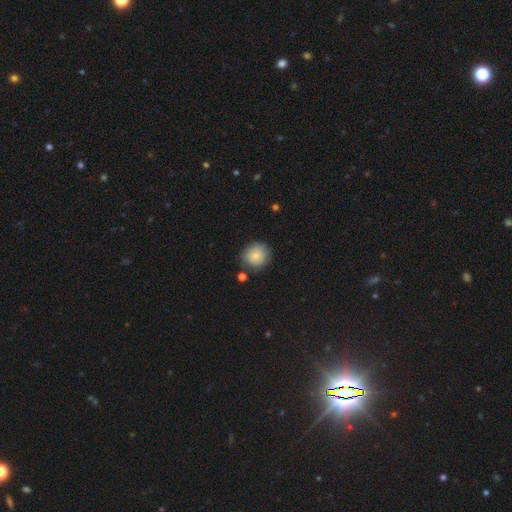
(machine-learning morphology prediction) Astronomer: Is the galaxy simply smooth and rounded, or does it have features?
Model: smooth — 82%.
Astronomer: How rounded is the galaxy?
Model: round — 88%.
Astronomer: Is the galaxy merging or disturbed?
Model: none — 79%.